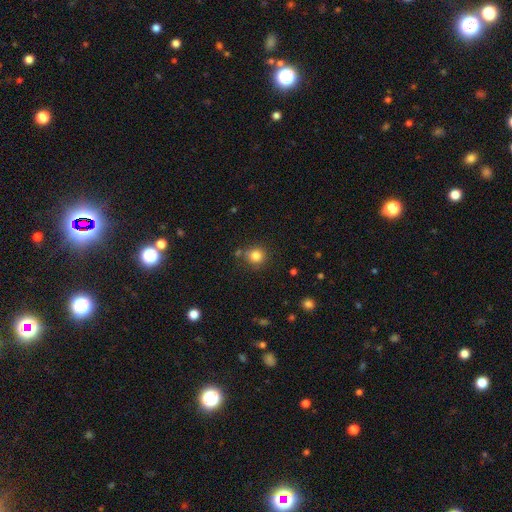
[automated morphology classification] Smooth or featured? Predicted: smooth (p=0.82). How rounded? Predicted: round (p=0.91). Merging? Predicted: none (p=0.79).